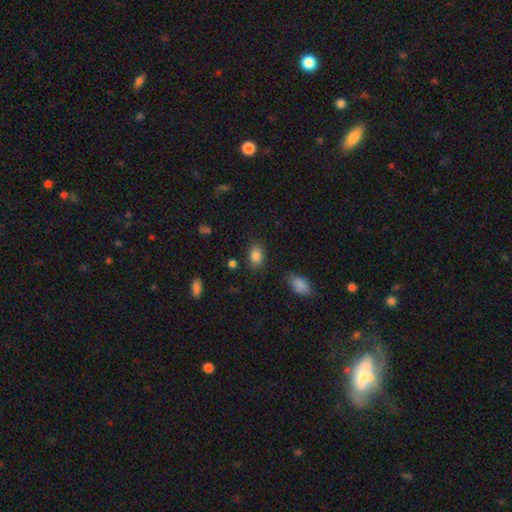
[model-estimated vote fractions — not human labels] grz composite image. It shows a smooth galaxy with no disk features (85%) that is in between round and cigar-shaped (78%). Merging: none (80%).